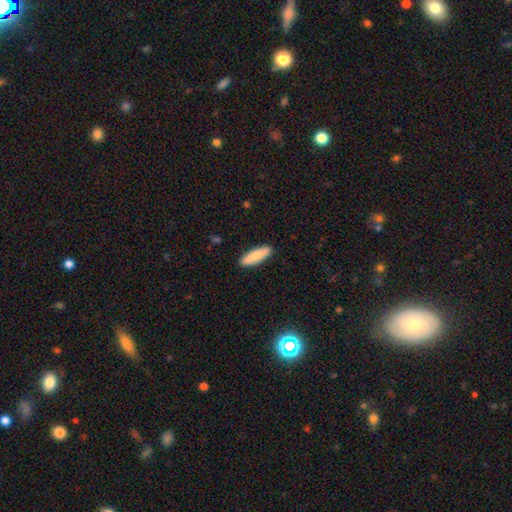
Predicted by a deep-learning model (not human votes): A smooth galaxy with no disk features (81%) that is cigar-shaped (65%). Merging: none (90%).